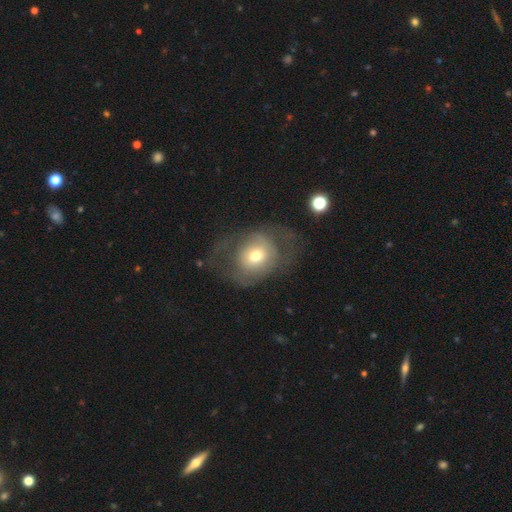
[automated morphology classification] smooth-or-featured: smooth: 51% | featured or disk: 40% | star or artifact: 9%
  how-rounded: round: 52% | in between: 47% | cigar-shaped: 1%
  merging: none: 46% | major disturbance: 32% | minor disturbance: 21% | merger: 2%